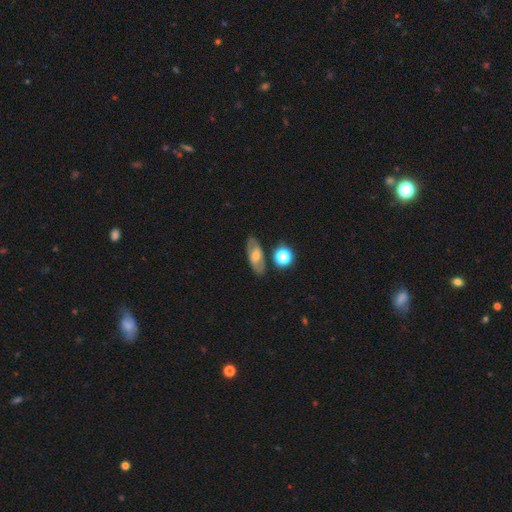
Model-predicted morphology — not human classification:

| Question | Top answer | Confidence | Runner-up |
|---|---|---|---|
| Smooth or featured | smooth | 47% | featured or disk (44%) |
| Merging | none | 77% | minor disturbance (13%) |